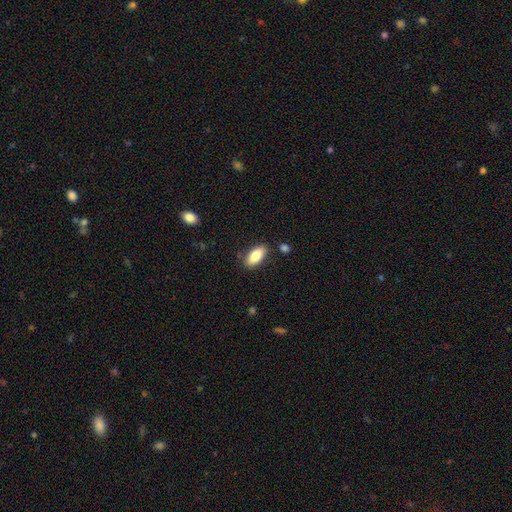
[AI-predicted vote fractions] smooth_or_featured: smooth (p=0.81) [alt: featured or disk p=0.12]
how_rounded: in between (p=0.85) [alt: cigar-shaped p=0.12]
merging: none (p=0.82) [alt: minor disturbance p=0.12]